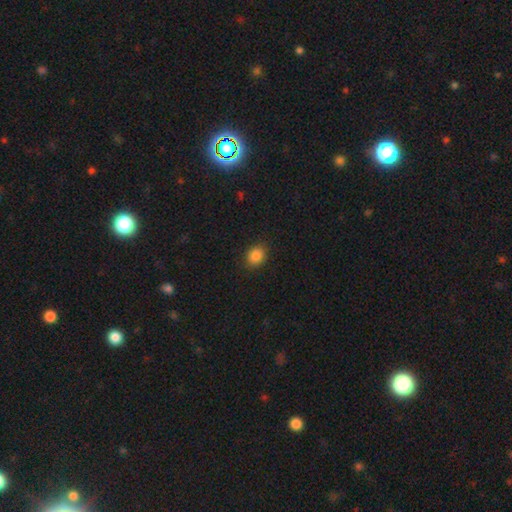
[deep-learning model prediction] Q: Smooth or featured?
A: smooth (86%); runner-up: star or artifact (10%)
Q: How rounded?
A: round (59%); runner-up: in between (40%)
Q: Merging?
A: none (86%); runner-up: minor disturbance (10%)